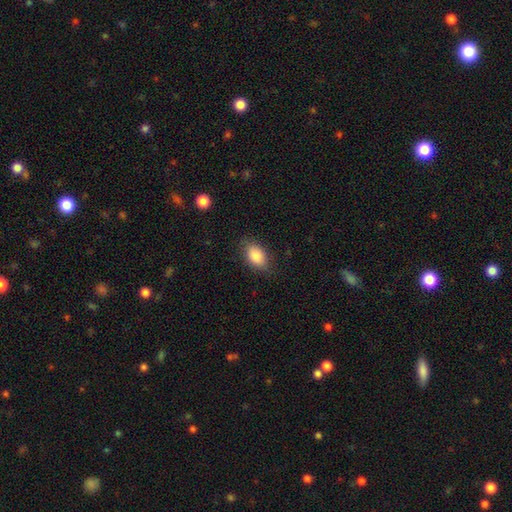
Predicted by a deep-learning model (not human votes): Overall: smooth (86%). How rounded: in between (89%). Merging: none (81%).